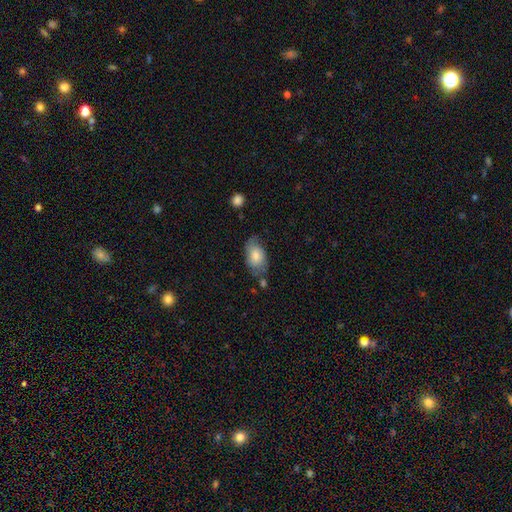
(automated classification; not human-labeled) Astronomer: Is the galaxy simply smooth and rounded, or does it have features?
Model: smooth — 73%.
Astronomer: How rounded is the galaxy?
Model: in between — 90%.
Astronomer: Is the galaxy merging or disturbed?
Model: none — 58%.